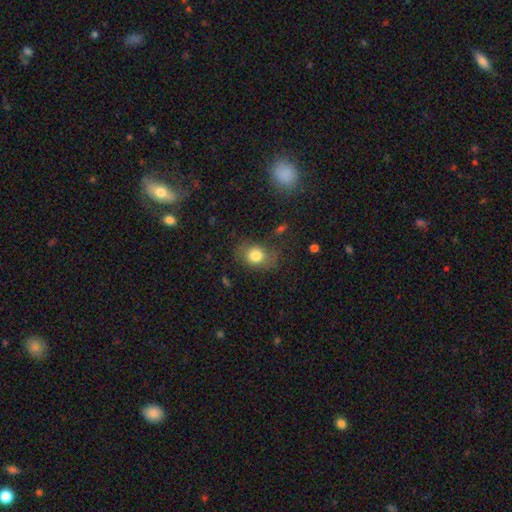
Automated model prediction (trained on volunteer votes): Smooth or featured: smooth — 78% (featured or disk — 12%)
How rounded: in between — 50% (round — 48%)
Merging: none — 67% (minor disturbance — 21%)